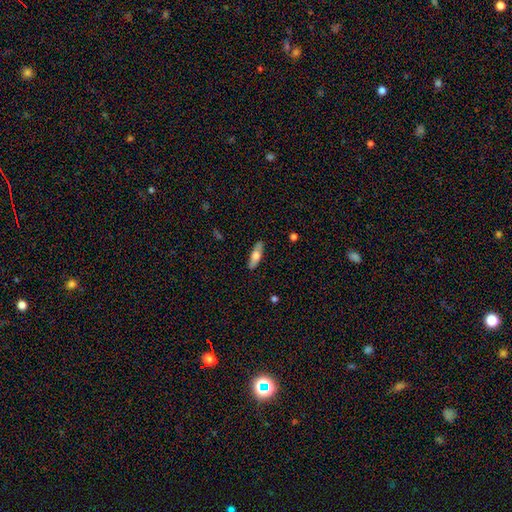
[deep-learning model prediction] A smooth galaxy with no disk features (63%) that is cigar-shaped (52%). Merging: none (88%).